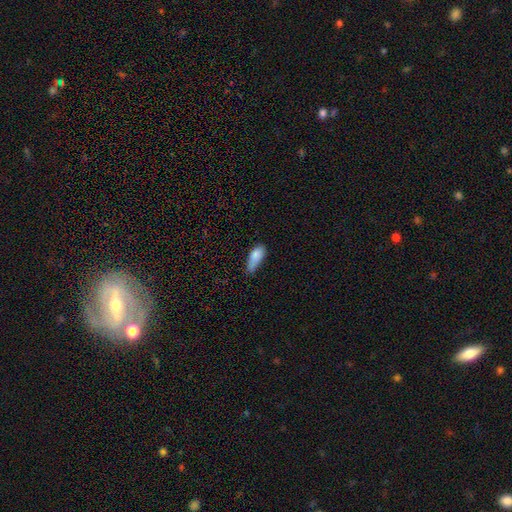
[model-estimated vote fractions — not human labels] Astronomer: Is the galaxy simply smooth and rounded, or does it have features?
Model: smooth — 83%.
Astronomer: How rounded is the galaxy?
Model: in between — 76%.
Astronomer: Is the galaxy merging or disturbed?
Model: none — 43% (runner-up: minor disturbance, 42%).